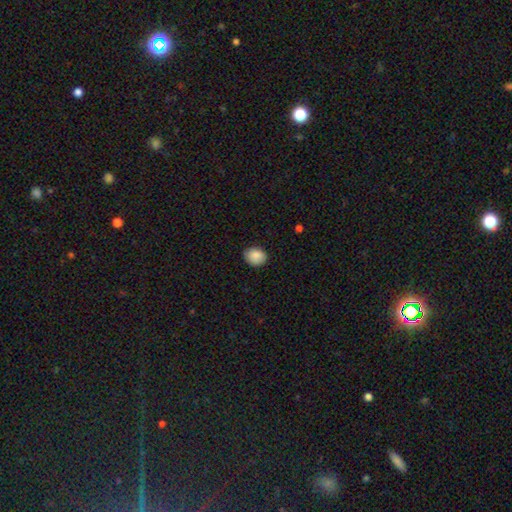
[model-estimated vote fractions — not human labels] Overall: smooth (88%). How rounded: in between (54%; round 45%). Merging: none (82%).